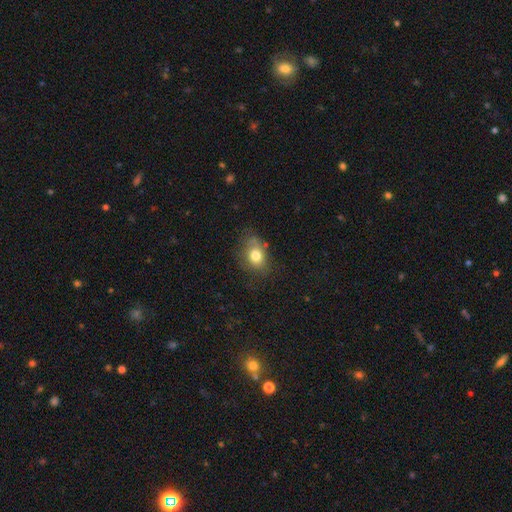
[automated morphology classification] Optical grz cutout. It shows a smooth galaxy with no disk features (77%) that is in between round and cigar-shaped (62%). Merging: none (61%).